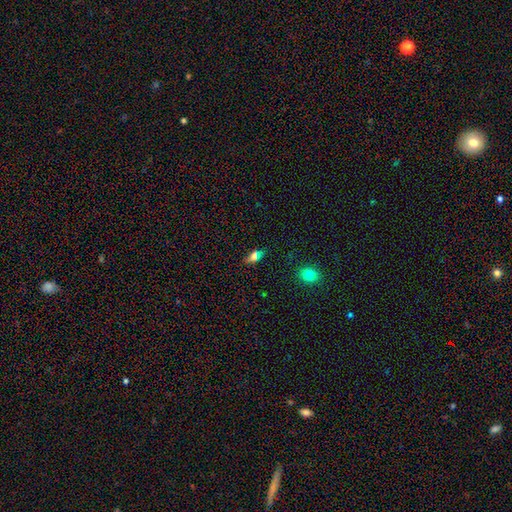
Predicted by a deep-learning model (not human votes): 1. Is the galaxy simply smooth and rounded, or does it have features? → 55% smooth, 25% featured or disk, 20% star or artifact.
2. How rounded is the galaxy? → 70% in between, 19% cigar-shaped, 11% round.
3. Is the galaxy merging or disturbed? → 85% none, 9% minor disturbance, 3% major disturbance, 3% merger.